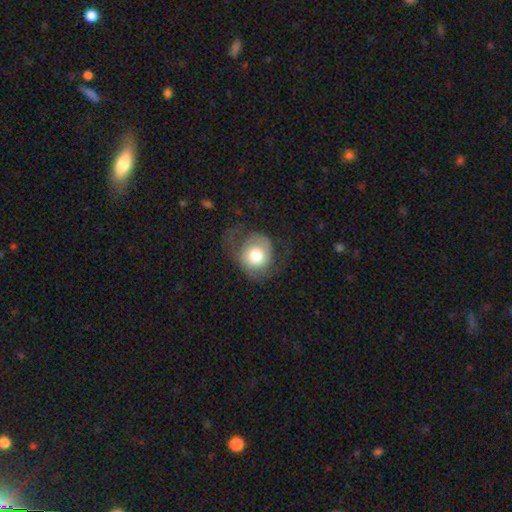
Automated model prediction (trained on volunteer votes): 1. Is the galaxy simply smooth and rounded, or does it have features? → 60% smooth, 32% featured or disk, 8% star or artifact.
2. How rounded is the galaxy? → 77% round, 22% in between, 1% cigar-shaped.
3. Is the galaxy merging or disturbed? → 45% none, 30% major disturbance, 24% minor disturbance, 2% merger.